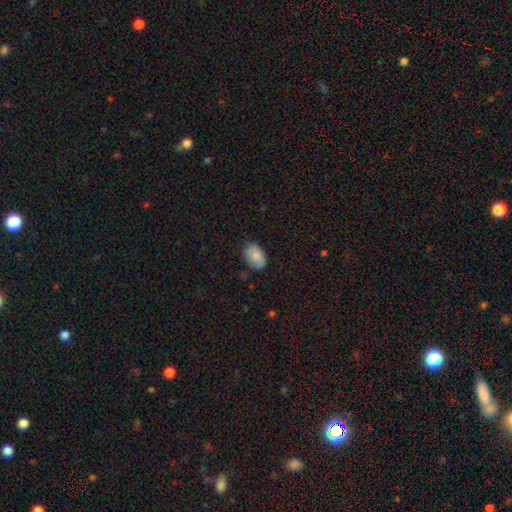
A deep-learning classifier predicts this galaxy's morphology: type=smooth (84%); roundness=in between (89%); merging=none (78%).